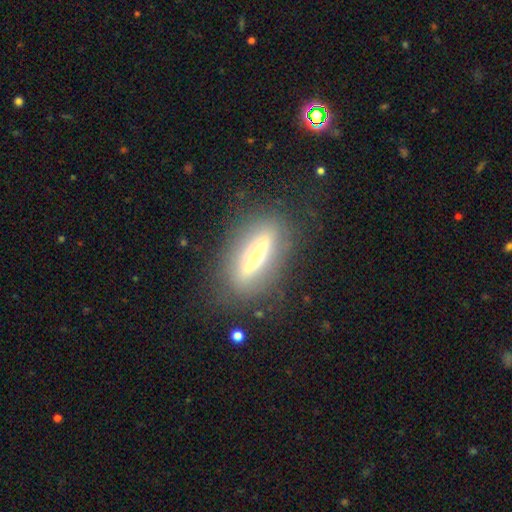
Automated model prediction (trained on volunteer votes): A featured or disk galaxy (64%) viewed edge-on (77%). Merging: none (81%).